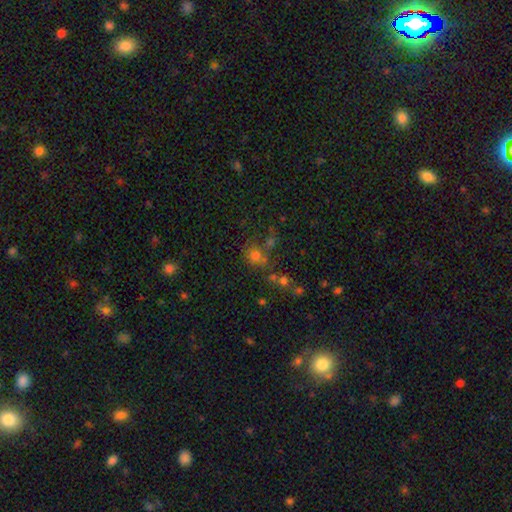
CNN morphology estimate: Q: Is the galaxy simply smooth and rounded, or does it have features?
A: smooth — 65%.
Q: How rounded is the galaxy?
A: round — 78%.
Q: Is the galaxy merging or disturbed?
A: none — 49%.